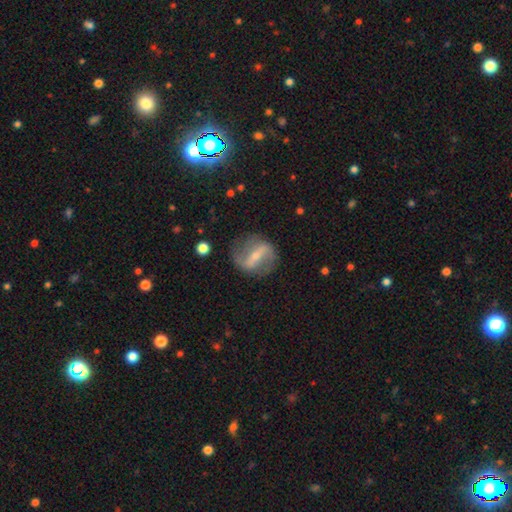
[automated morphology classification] featured or disk 76%, smooth 17%, star or artifact 7%. Down the decision tree: edge-on disk — no (89%); bar — strong (68%); spiral arms — yes (65%); bulge size — small (63%); merging — none (75%).